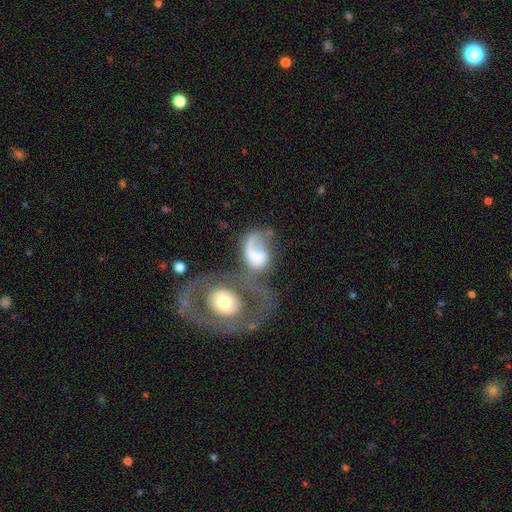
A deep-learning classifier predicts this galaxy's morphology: This appears to be a featured or disk galaxy (55%) with no bar (65%), spiral arms (60%) and a moderate central bulge (38%). Merging: merger (48%).